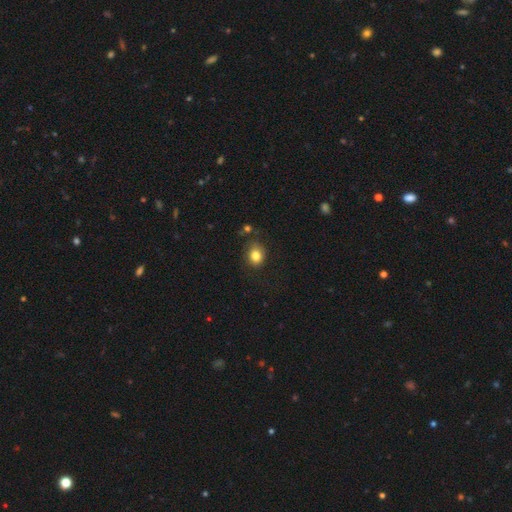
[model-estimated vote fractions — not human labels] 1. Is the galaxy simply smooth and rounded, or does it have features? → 82% smooth, 10% star or artifact, 7% featured or disk.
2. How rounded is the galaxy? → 57% round, 42% in between, 1% cigar-shaped.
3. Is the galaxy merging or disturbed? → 76% none, 16% minor disturbance, 5% major disturbance, 3% merger.